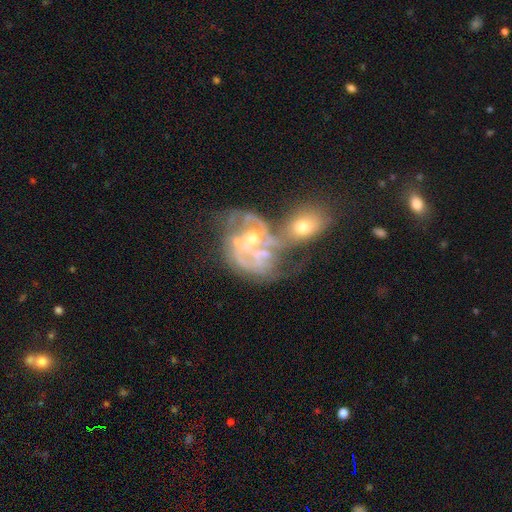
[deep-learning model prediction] Overall: featured or disk (80%). Edge-on disk: no (98%). Bar: no (68%). Spiral arms: yes (79%). Spiral arm count: can't tell (33%; 2 31%). Spiral winding: medium (43%; tight 39%). Bulge size: moderate (49%; small 41%). Merging: merger (53%; major disturbance 20%).